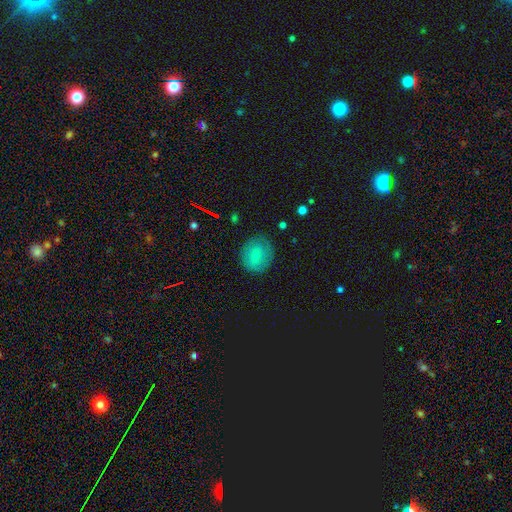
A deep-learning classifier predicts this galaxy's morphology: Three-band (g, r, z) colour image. It shows a smooth galaxy with no disk features (61%) that is round (80%). Merging: none (82%).